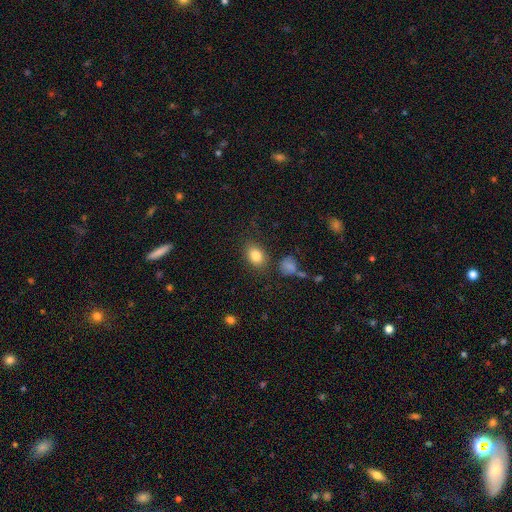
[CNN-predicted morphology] smooth 83%, star or artifact 10%, featured or disk 7%. Down the decision tree: how rounded — in between (69%); merging — none (80%).